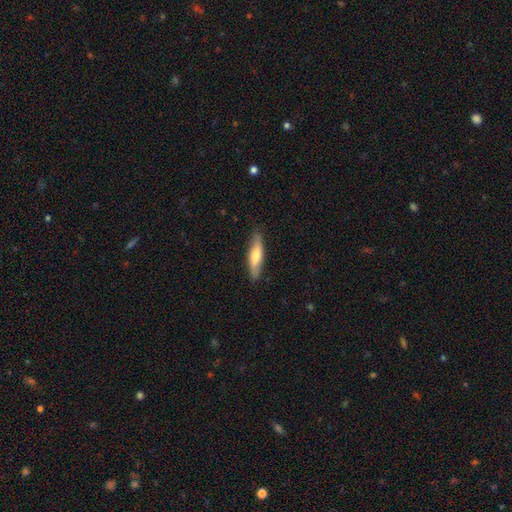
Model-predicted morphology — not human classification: Smooth or featured?
  - smooth: 63% *
  - featured or disk: 31%
  - star or artifact: 5%
How rounded?
  - cigar-shaped: 72% *
  - in between: 26%
  - round: 2%
Merging?
  - none: 85% *
  - minor disturbance: 12%
  - major disturbance: 2%
  - merger: 1%